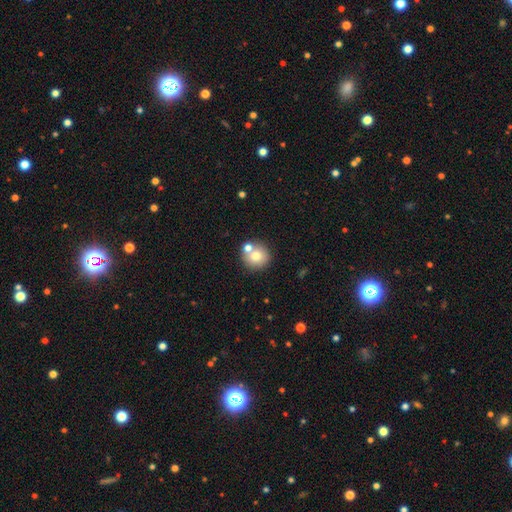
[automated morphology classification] A smooth galaxy with no disk features (73%) that is round (93%).

Vote fractions:
- Smooth or featured? smooth: 73% / featured or disk: 16% / star or artifact: 11%
- How rounded? round: 93% / in between: 7% / cigar-shaped: 1%
- Merging? none: 66% / merger: 23% / minor disturbance: 8% / major disturbance: 3%